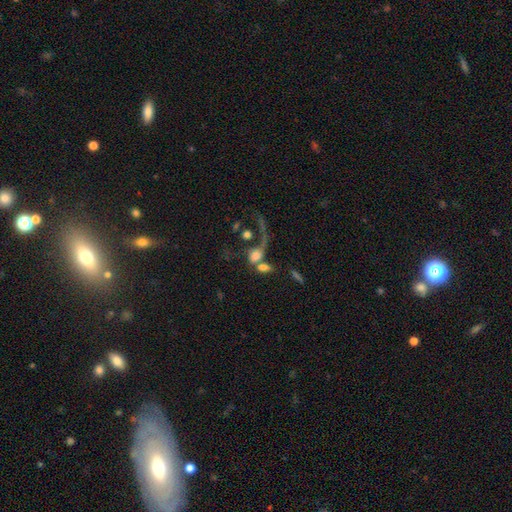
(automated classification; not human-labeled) smooth 56%, featured or disk 32%, star or artifact 13%. Down the decision tree: how rounded — in between (62%); merging — merger (52%).